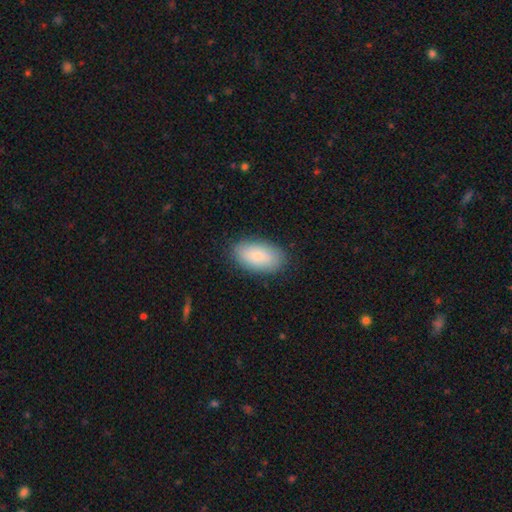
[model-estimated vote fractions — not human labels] This is clearly a smooth galaxy (87%). How rounded: clearly in between (95%). Merging: clearly none (87%).